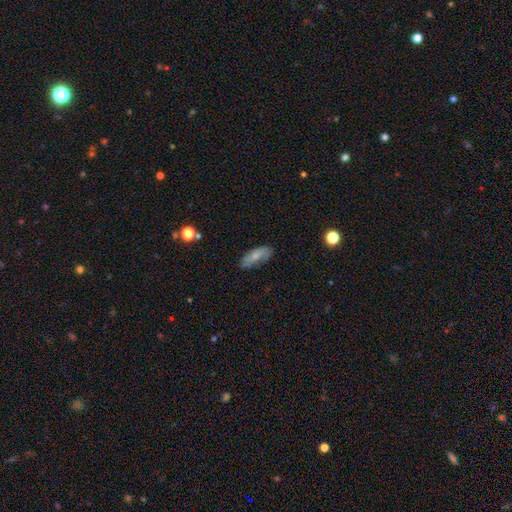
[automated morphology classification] This is likely a smooth galaxy (73%). How rounded: likely in between (71%). Merging: likely none (75%).